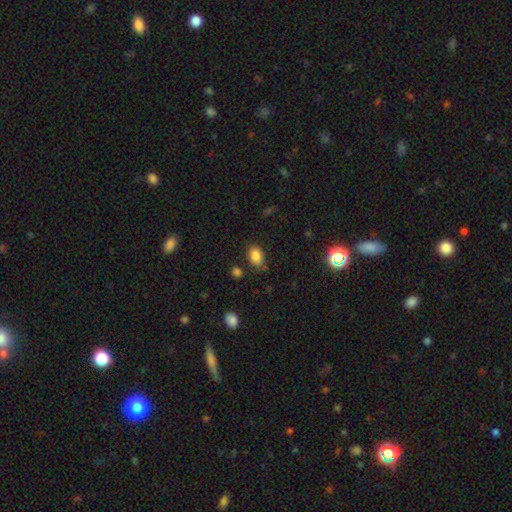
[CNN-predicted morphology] A smooth galaxy with no disk features (84%) that is in between round and cigar-shaped (83%).

Vote fractions:
- Smooth or featured? smooth: 84% / star or artifact: 10% / featured or disk: 6%
- How rounded? in between: 83% / round: 16% / cigar-shaped: 1%
- Merging? none: 77% / minor disturbance: 16% / major disturbance: 4% / merger: 3%